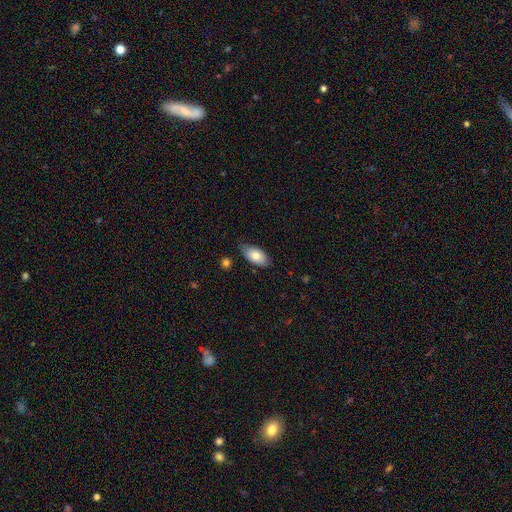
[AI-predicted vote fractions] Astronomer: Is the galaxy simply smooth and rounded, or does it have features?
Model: smooth — 79%.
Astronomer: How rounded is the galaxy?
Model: in between — 92%.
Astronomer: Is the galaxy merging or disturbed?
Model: none — 75%.